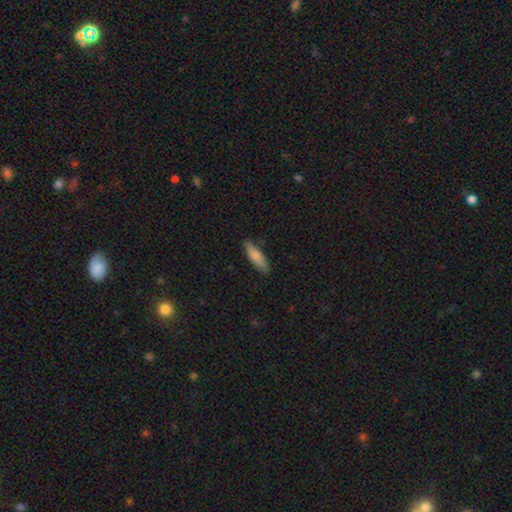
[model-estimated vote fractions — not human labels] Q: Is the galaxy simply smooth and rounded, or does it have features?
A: smooth — 83%.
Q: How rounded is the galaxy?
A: cigar-shaped — 61%.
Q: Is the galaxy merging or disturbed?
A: none — 84%.